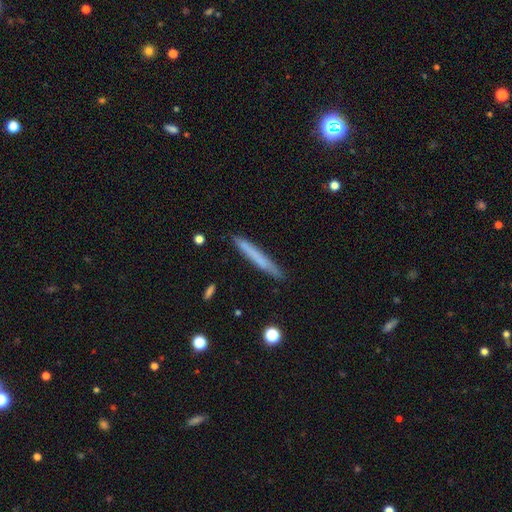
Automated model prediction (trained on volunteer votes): A smooth galaxy with no disk features (64%) that is cigar-shaped (97%).

Vote fractions:
- Smooth or featured? smooth: 64% / featured or disk: 29% / star or artifact: 7%
- How rounded? cigar-shaped: 97% / in between: 2% / round: 1%
- Merging? none: 89% / minor disturbance: 8% / major disturbance: 2% / merger: 1%